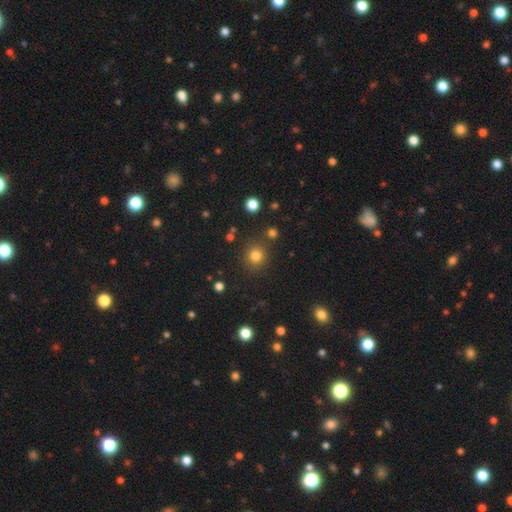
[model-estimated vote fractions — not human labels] Smooth or featured? smooth (80%)
How rounded? round (90%)
Merging? none (84%)